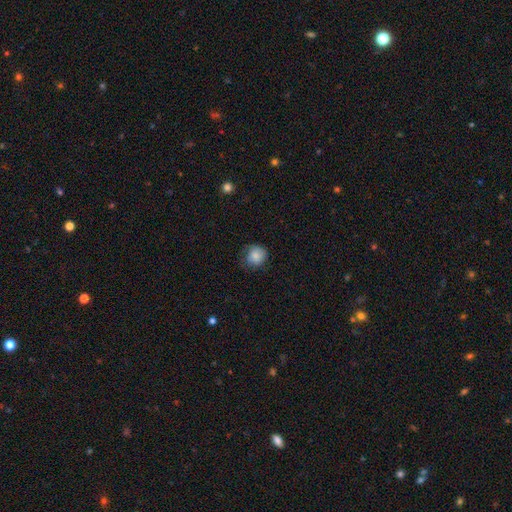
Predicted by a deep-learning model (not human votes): Smooth or featured? smooth (81%)
How rounded? round (81%)
Merging? none (58%)